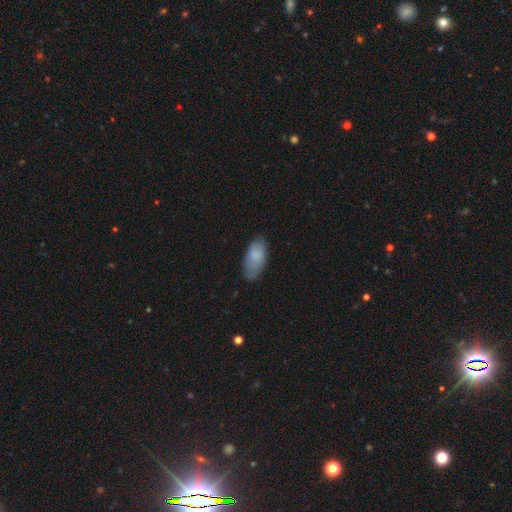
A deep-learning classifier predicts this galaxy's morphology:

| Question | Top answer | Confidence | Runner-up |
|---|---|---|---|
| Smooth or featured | smooth | 82% | featured or disk (11%) |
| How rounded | in between | 91% | cigar-shaped (6%) |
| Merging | none | 72% | minor disturbance (22%) |